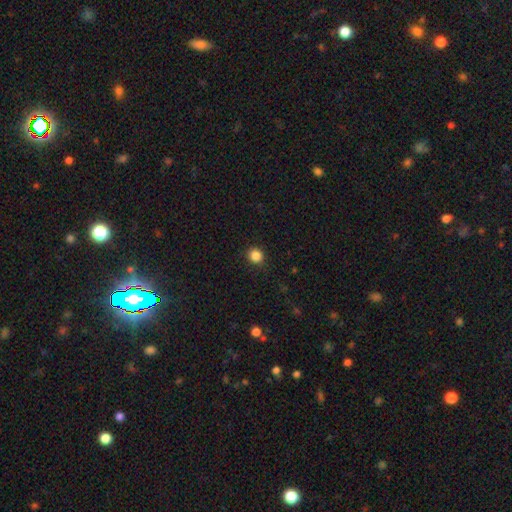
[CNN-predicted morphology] A smooth galaxy with no disk features (86%) that is round (87%).

Vote fractions:
- Smooth or featured? smooth: 86% / star or artifact: 11% / featured or disk: 3%
- How rounded? round: 87% / in between: 12% / cigar-shaped: 1%
- Merging? none: 90% / minor disturbance: 7% / major disturbance: 2% / merger: 1%